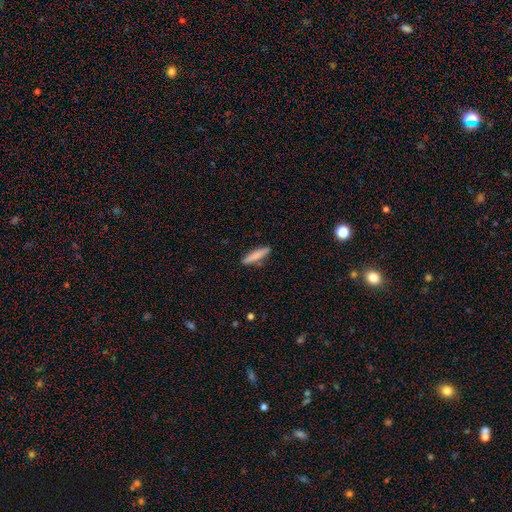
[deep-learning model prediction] This appears to be a smooth galaxy with no disk features (81%) that is cigar-shaped (85%). Merging: none (86%).